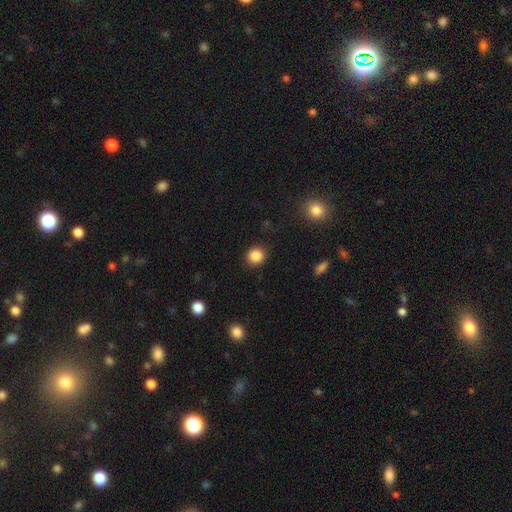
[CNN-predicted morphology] type=smooth (86%); roundness=round (90%); merging=none (90%).